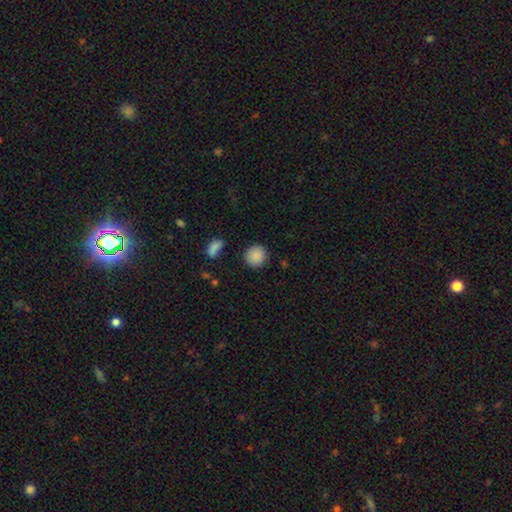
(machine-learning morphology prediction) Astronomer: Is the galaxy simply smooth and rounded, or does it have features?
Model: smooth — 88%.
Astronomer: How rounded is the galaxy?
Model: round — 92%.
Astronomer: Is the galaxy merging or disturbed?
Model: none — 87%.